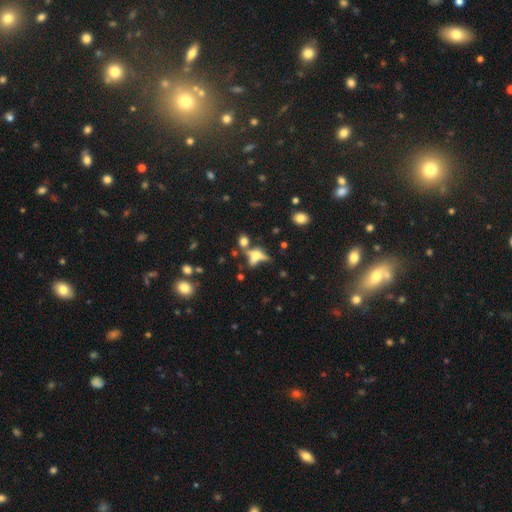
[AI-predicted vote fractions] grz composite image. It shows a smooth galaxy with no disk features (51%) that is in between round and cigar-shaped (62%). Merging: none (32%).